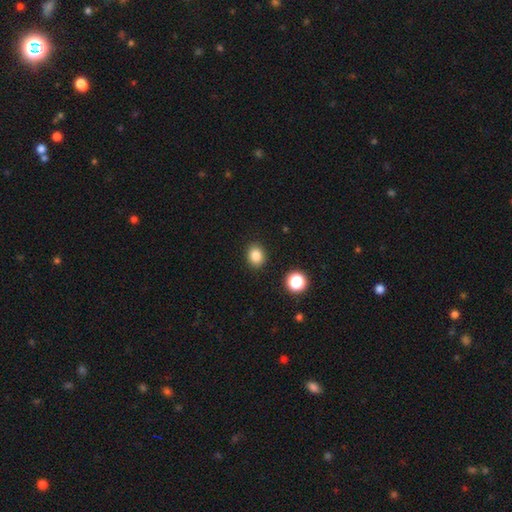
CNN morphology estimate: Smooth or featured?
  - smooth: 84% *
  - star or artifact: 11%
  - featured or disk: 5%
How rounded?
  - round: 55% *
  - in between: 44%
  - cigar-shaped: 1%
Merging?
  - none: 90% *
  - minor disturbance: 6%
  - major disturbance: 2%
  - merger: 2%